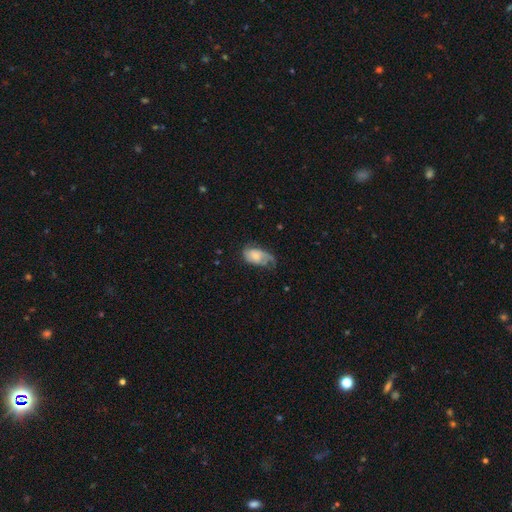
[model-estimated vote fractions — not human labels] Q: Smooth or featured?
A: featured or disk (52%); runner-up: smooth (41%)
Q: Edge-on disk?
A: no (95%); runner-up: yes (5%)
Q: Merging?
A: none (36%); runner-up: minor disturbance (33%)